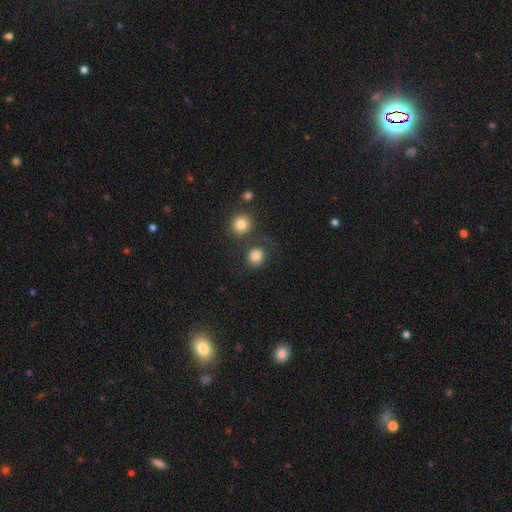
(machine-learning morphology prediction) Smooth or featured: smooth — 83% (star or artifact — 11%)
How rounded: round — 82% (in between — 17%)
Merging: none — 70% (merger — 12%)